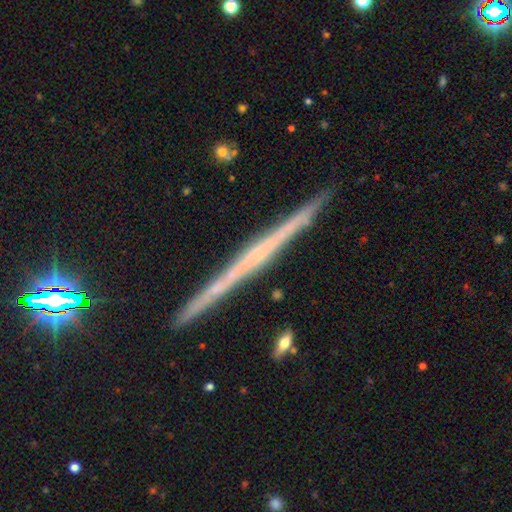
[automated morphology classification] The model was most divided on "smooth or featured": featured or disk: 69%, smooth: 20%, star or artifact: 10%. More confident: edge-on disk — yes (98%); merging — none (90%); edge-on bulge — none (80%).